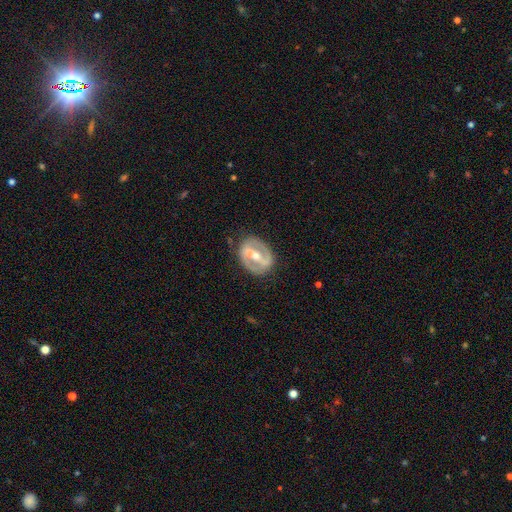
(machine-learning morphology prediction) Smooth or featured? Predicted: featured or disk (p=0.75). Edge-on disk? Predicted: no (p=0.94). Bar? Predicted: strong (p=0.54). Spiral arms? Predicted: no (p=0.55). Bulge size? Predicted: moderate (p=0.64). Merging? Predicted: none (p=0.72).